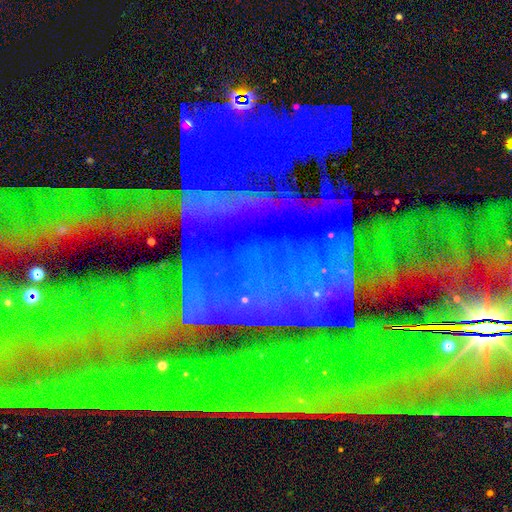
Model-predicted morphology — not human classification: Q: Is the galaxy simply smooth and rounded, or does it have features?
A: star or artifact — 80%.